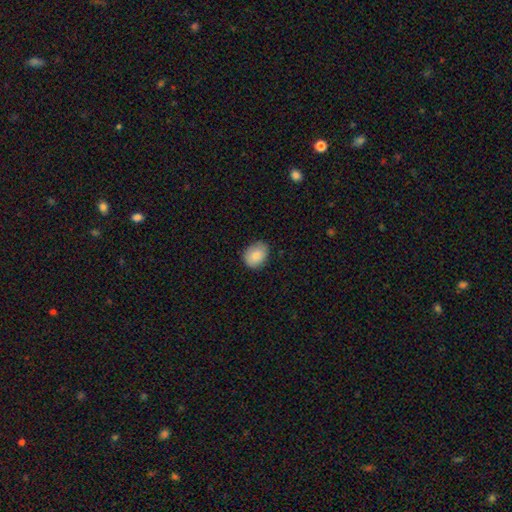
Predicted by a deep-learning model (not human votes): This is clearly a smooth galaxy (85%). How rounded: possibly in between (56%). Merging: likely none (80%).